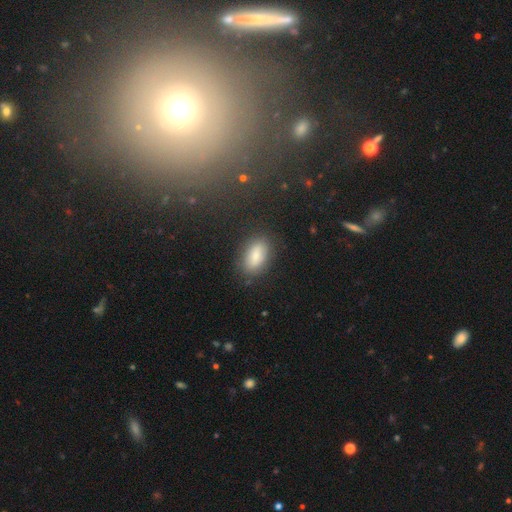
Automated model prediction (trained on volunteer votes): Morphology: type=smooth (81%); roundness=in between (90%); merging=none (83%).